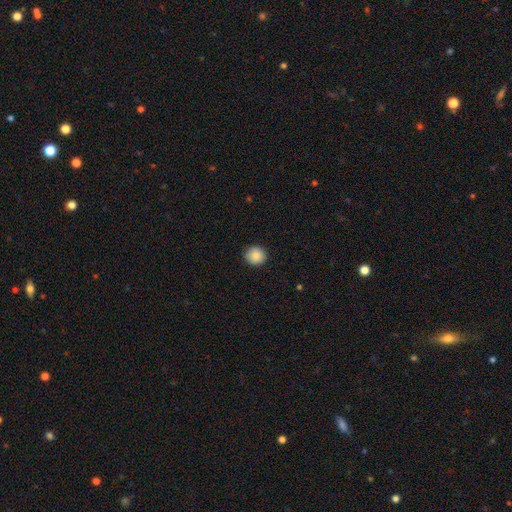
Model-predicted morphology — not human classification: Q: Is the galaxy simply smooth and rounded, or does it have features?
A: smooth — 87%.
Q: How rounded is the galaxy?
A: round — 92%.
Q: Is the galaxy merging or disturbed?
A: none — 90%.